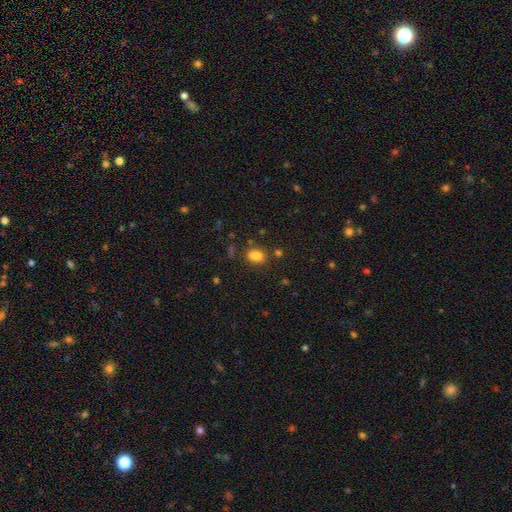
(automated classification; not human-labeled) This is likely a smooth galaxy (74%). How rounded: likely in between (62%). Merging: possibly none (49%).